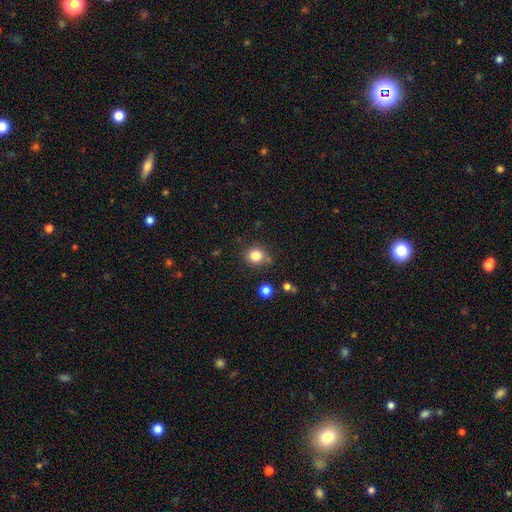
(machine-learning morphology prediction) The model was most divided on "merging": none: 76%, minor disturbance: 15%, merger: 6%, major disturbance: 4%. More confident: how rounded — round (85%); smooth or featured — smooth (82%).